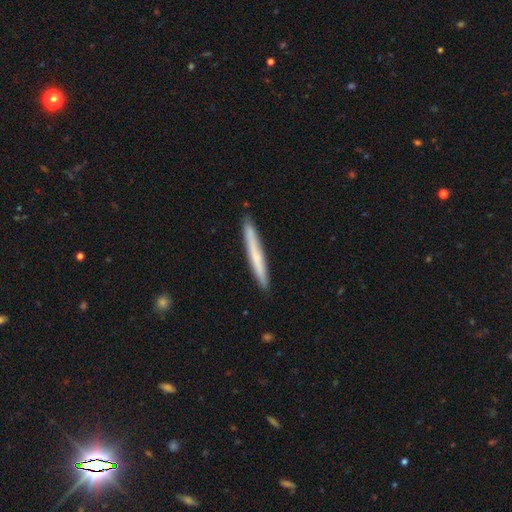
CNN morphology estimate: The model was most divided on "smooth or featured": smooth: 60%, featured or disk: 35%, star or artifact: 6%. More confident: how rounded — cigar-shaped (97%); merging — none (90%).